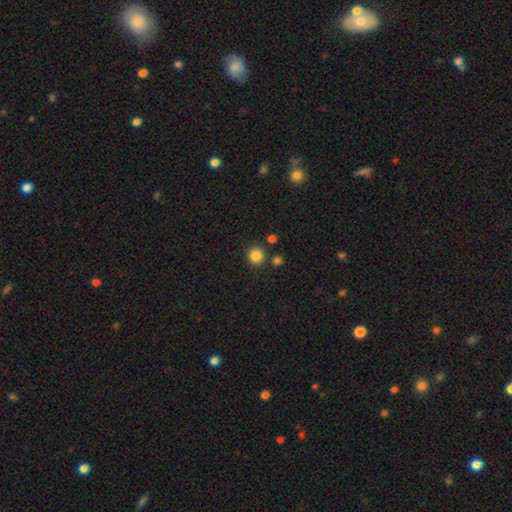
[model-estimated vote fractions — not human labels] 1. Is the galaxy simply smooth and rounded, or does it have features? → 85% smooth, 11% star or artifact, 4% featured or disk.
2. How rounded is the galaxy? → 91% round, 8% in between, 1% cigar-shaped.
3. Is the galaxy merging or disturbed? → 85% none, 7% minor disturbance, 6% merger, 2% major disturbance.